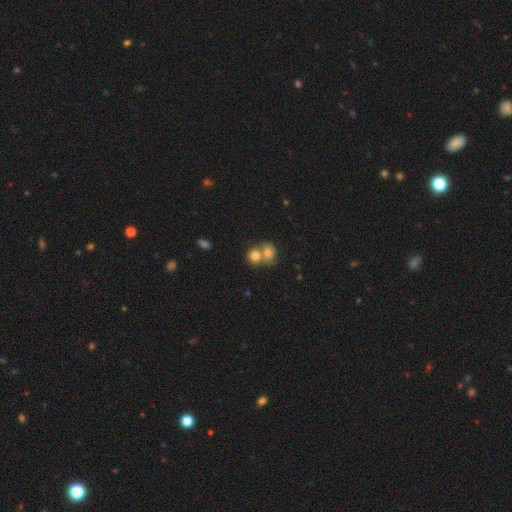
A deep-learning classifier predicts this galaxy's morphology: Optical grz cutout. It shows a smooth galaxy with no disk features (75%) that is round (75%). Merging: merger (62%).